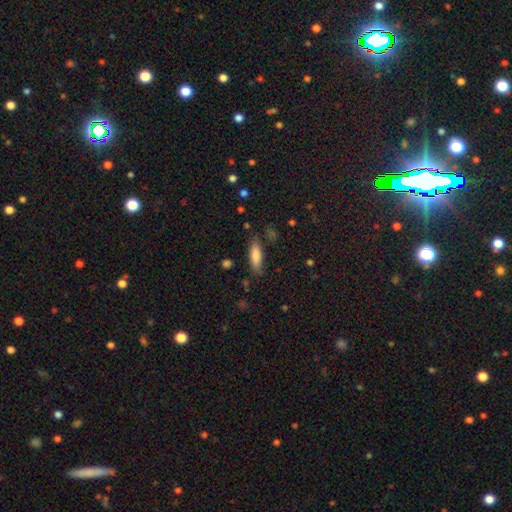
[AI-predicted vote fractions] smooth_or_featured: smooth (p=0.82) [alt: featured or disk p=0.12]
how_rounded: in between (p=0.53) [alt: cigar-shaped p=0.46]
merging: none (p=0.77) [alt: minor disturbance p=0.16]